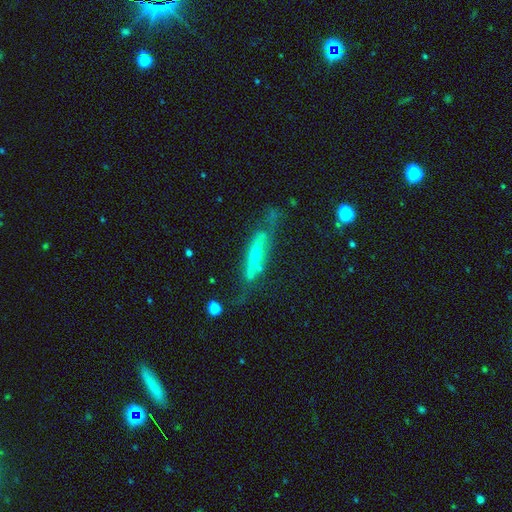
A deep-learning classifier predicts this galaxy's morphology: Q: Smooth or featured?
A: featured or disk (66%); runner-up: smooth (27%)
Q: Edge-on disk?
A: yes (75%); runner-up: no (25%)
Q: Merging?
A: none (55%); runner-up: minor disturbance (26%)